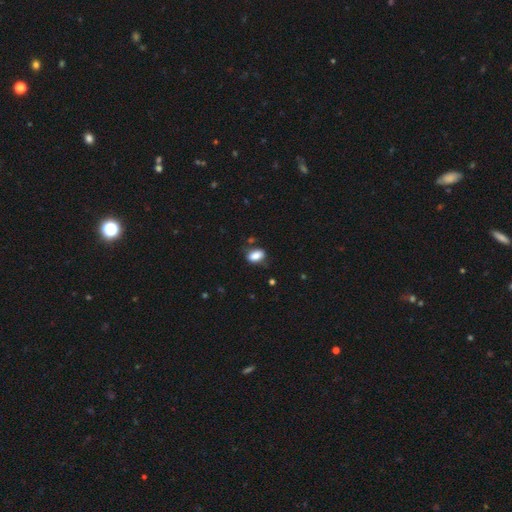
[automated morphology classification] Smooth or featured?
  - smooth: 85% *
  - star or artifact: 8%
  - featured or disk: 6%
How rounded?
  - in between: 85% *
  - round: 12%
  - cigar-shaped: 2%
Merging?
  - none: 72% *
  - minor disturbance: 20%
  - major disturbance: 5%
  - merger: 3%